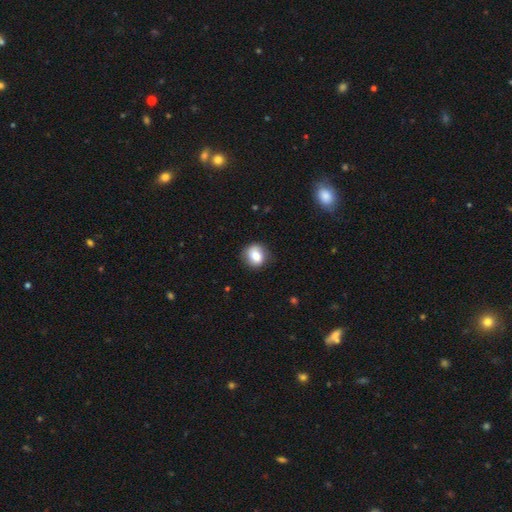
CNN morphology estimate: smooth-or-featured: smooth: 79% | featured or disk: 12% | star or artifact: 8%
  how-rounded: round: 70% | in between: 29% | cigar-shaped: 1%
  merging: none: 82% | minor disturbance: 13% | major disturbance: 3% | merger: 1%